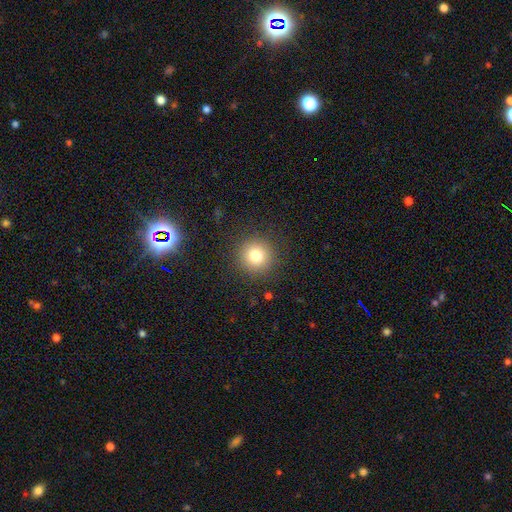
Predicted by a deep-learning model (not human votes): Morphology: type=smooth (79%); roundness=round (95%); merging=none (90%).